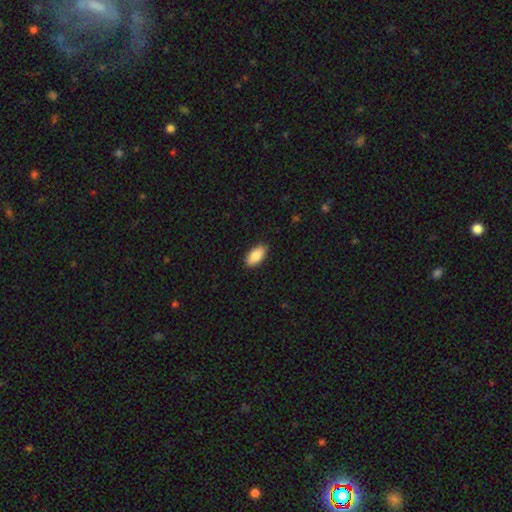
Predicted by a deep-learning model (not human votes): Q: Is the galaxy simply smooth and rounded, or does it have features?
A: smooth — 85%.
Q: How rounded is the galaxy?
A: in between — 91%.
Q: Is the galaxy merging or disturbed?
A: none — 88%.